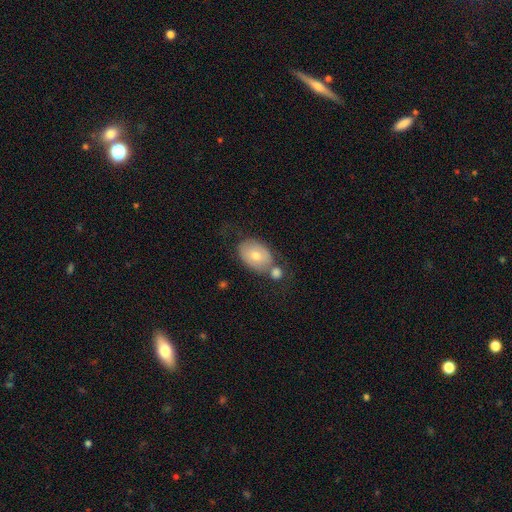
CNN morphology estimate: smooth_or_featured: smooth (p=0.67) [alt: featured or disk p=0.26]
how_rounded: in between (p=0.79) [alt: round p=0.19]
merging: none (p=0.46) [alt: merger p=0.28]